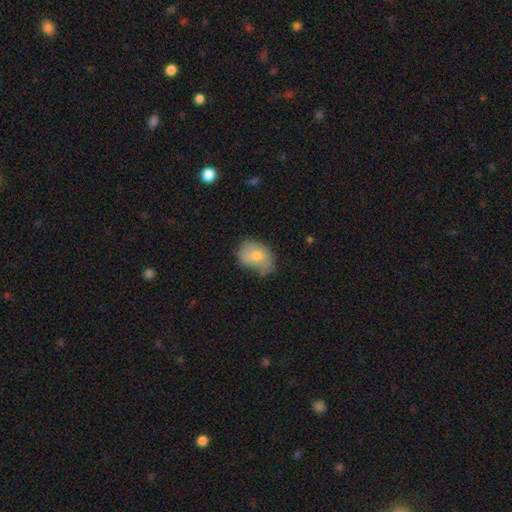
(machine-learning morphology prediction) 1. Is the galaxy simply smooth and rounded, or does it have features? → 63% smooth, 29% featured or disk, 8% star or artifact.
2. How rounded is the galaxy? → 72% in between, 27% round, 1% cigar-shaped.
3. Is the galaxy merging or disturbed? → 42% none, 39% minor disturbance, 14% major disturbance, 4% merger.